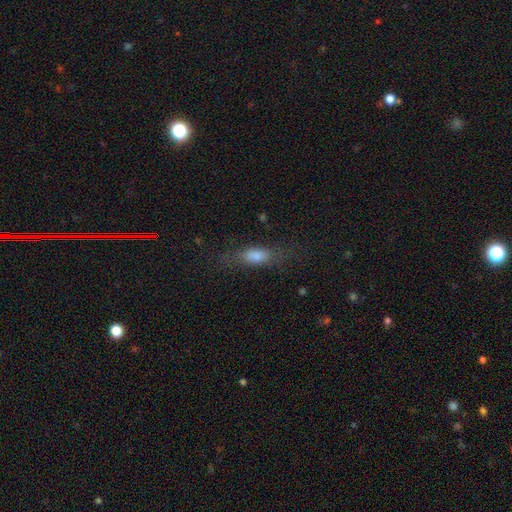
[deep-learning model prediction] This appears to be a smooth galaxy with no disk features (66%) that is in between round and cigar-shaped (51%). Merging: none (70%).